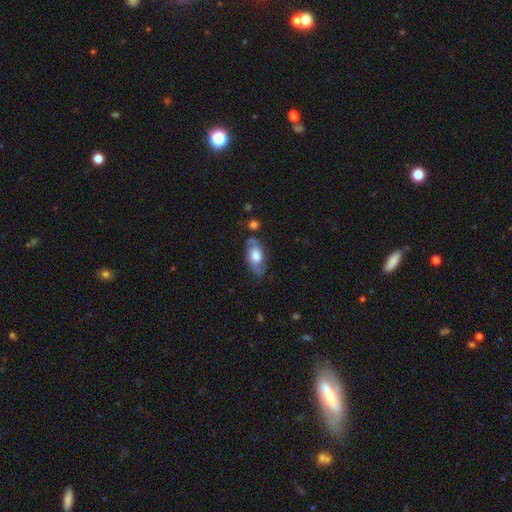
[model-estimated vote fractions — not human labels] This appears to be a featured or disk galaxy (50%). Merging: none (65%).